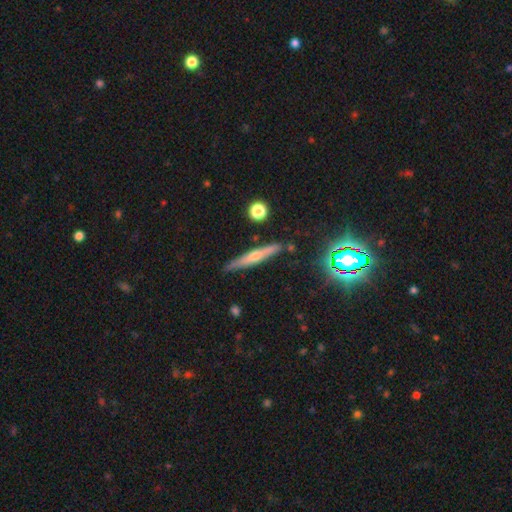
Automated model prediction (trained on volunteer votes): smooth-or-featured: featured or disk: 54% | smooth: 34% | star or artifact: 12%
  disk-edge-on: yes: 93% | no: 7%
    edge-on-bulge: rounded: 74% | none: 20% | boxy: 5%
  merging: none: 86% | minor disturbance: 10% | merger: 2% | major disturbance: 2%